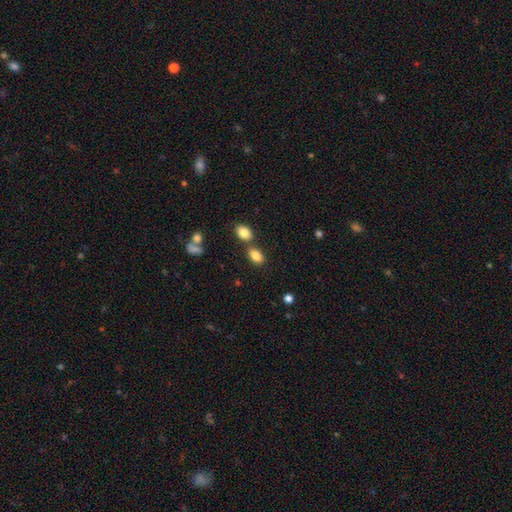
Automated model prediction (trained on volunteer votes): Overall: smooth (85%). How rounded: in between (87%). Merging: none (60%; merger 25%).